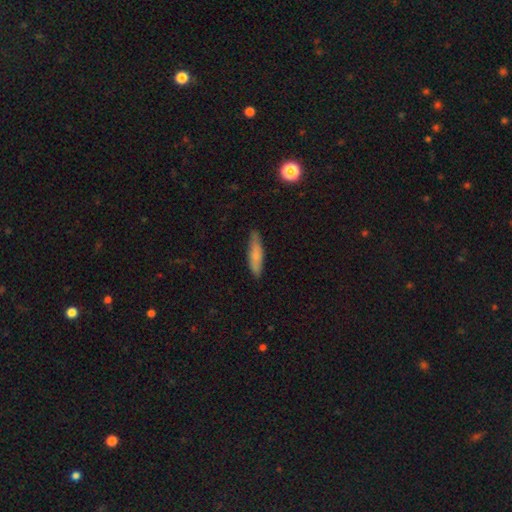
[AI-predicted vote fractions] smooth_or_featured: smooth (p=0.73) [alt: featured or disk p=0.21]
how_rounded: cigar-shaped (p=0.74) [alt: in between p=0.24]
merging: none (p=0.80) [alt: minor disturbance p=0.16]